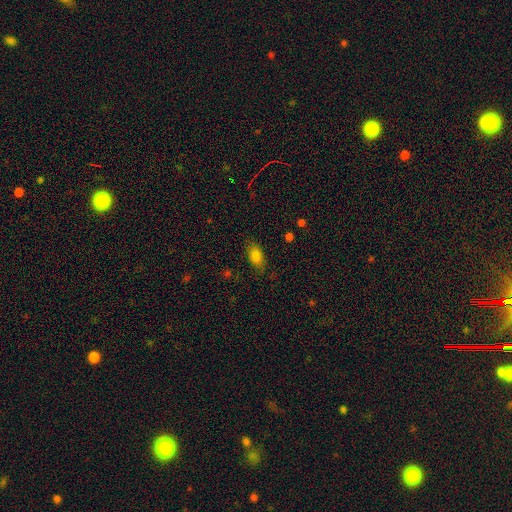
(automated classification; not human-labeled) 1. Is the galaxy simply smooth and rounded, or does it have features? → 81% smooth, 11% star or artifact, 8% featured or disk.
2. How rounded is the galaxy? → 87% in between, 8% round, 4% cigar-shaped.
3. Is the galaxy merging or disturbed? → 78% none, 16% minor disturbance, 5% major disturbance, 1% merger.